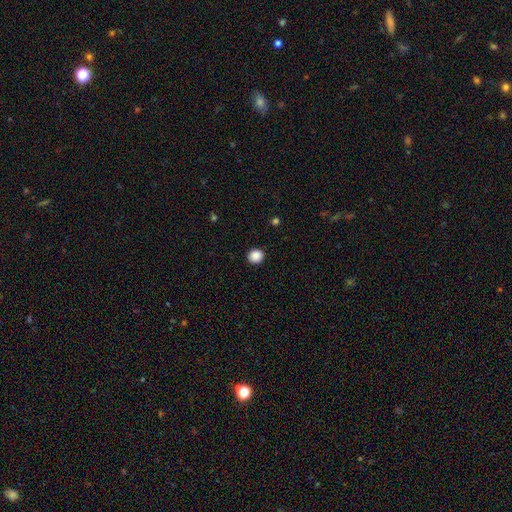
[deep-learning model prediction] smooth_or_featured: smooth (p=0.88) [alt: star or artifact p=0.10]
how_rounded: round (p=0.88) [alt: in between p=0.12]
merging: none (p=0.92) [alt: minor disturbance p=0.05]